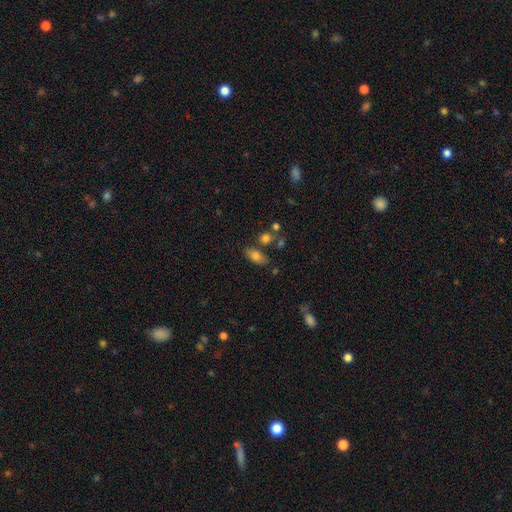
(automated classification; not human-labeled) Q: Smooth or featured?
A: smooth (77%); runner-up: featured or disk (14%)
Q: How rounded?
A: in between (87%); runner-up: cigar-shaped (8%)
Q: Merging?
A: none (73%); runner-up: minor disturbance (14%)